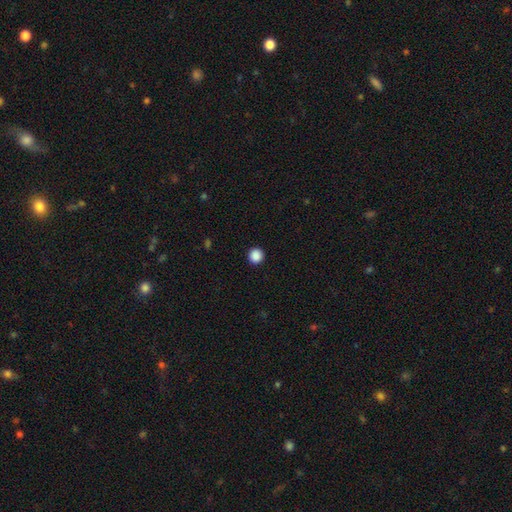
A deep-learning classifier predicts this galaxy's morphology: This is clearly a smooth galaxy (89%). How rounded: clearly round (94%). Merging: clearly none (93%).